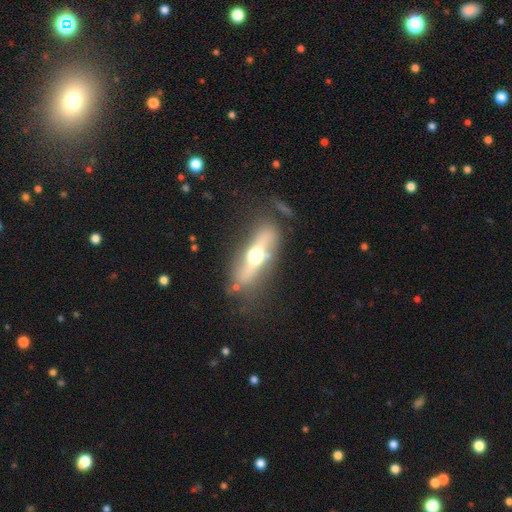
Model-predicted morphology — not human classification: A featured or disk galaxy (65%) viewed edge-on (67%).

Vote fractions:
- Smooth or featured? featured or disk: 65% / smooth: 28% / star or artifact: 7%
- Edge-on disk? yes: 67% / no: 33%
- Merging? none: 74% / minor disturbance: 15% / major disturbance: 7% / merger: 4%